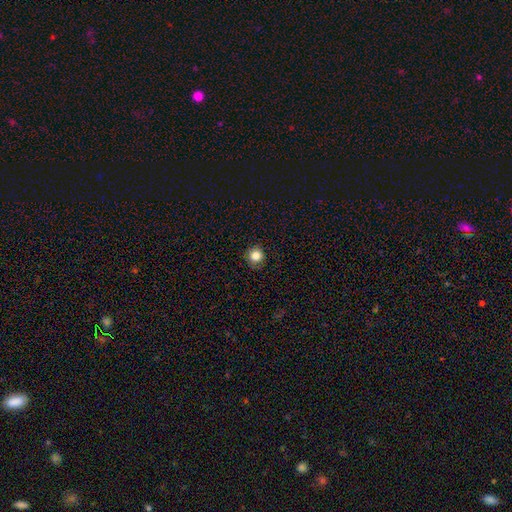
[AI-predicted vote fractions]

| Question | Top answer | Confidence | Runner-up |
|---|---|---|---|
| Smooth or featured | smooth | 84% | star or artifact (11%) |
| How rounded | round | 93% | in between (6%) |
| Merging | none | 89% | minor disturbance (8%) |